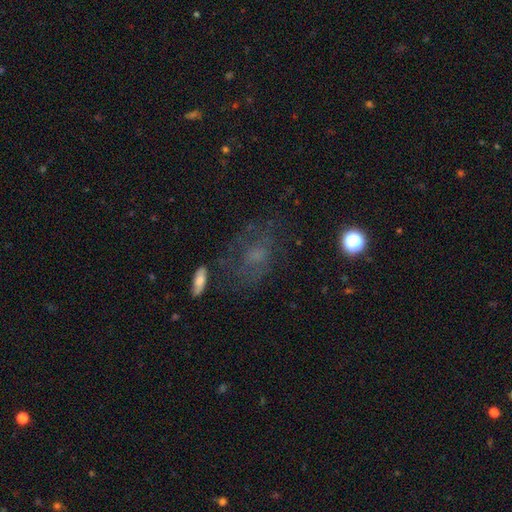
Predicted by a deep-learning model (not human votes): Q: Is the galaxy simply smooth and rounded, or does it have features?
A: featured or disk — 45%.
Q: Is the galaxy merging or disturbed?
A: none — 55%.